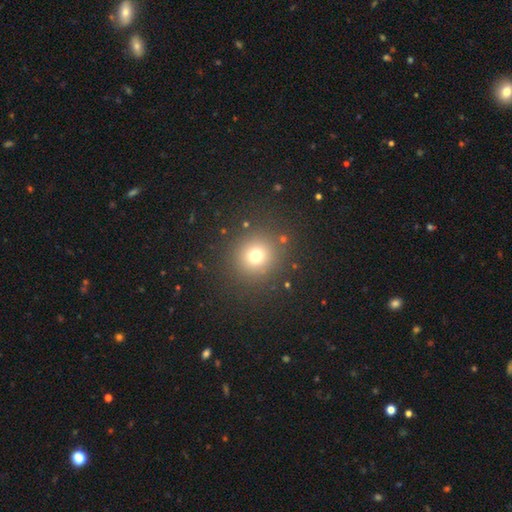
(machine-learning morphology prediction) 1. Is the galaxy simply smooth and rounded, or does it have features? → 72% smooth, 19% star or artifact, 9% featured or disk.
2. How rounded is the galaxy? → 91% round, 8% in between, 1% cigar-shaped.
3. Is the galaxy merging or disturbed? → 88% none, 7% minor disturbance, 4% major disturbance, 2% merger.